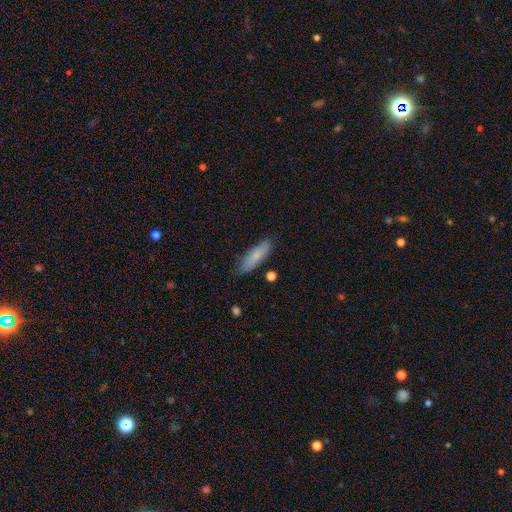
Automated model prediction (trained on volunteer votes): This appears to be a smooth galaxy with no disk features (75%) that is cigar-shaped (54%). Merging: none (80%).